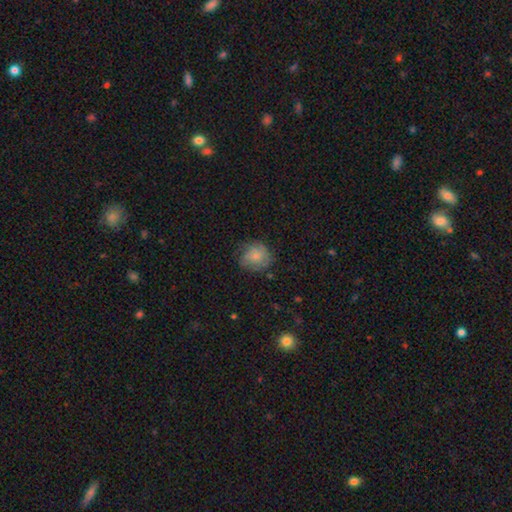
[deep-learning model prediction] Smooth or featured: smooth — 68% (featured or disk — 24%)
How rounded: round — 79% (in between — 20%)
Merging: none — 63% (minor disturbance — 26%)